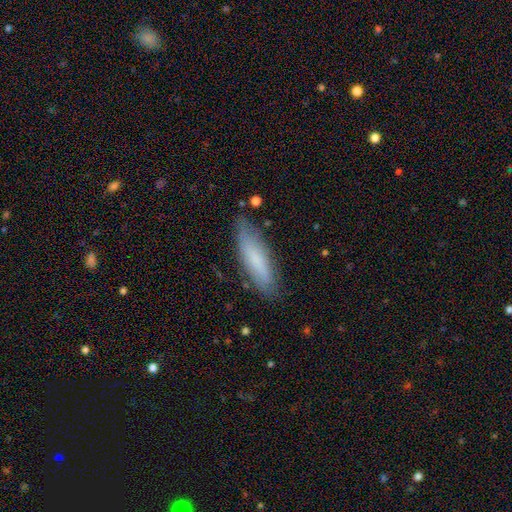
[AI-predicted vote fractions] Smooth or featured?
  - smooth: 64% *
  - featured or disk: 25%
  - star or artifact: 11%
How rounded?
  - cigar-shaped: 70% *
  - in between: 28%
  - round: 2%
Merging?
  - none: 82% *
  - minor disturbance: 14%
  - major disturbance: 3%
  - merger: 2%